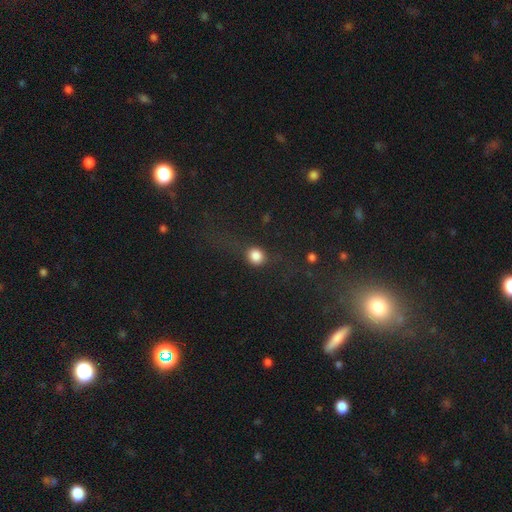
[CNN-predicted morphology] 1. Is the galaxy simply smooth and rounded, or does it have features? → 82% smooth, 11% star or artifact, 8% featured or disk.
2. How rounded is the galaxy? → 78% round, 20% in between, 2% cigar-shaped.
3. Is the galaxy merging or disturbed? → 68% none, 15% minor disturbance, 14% major disturbance, 4% merger.